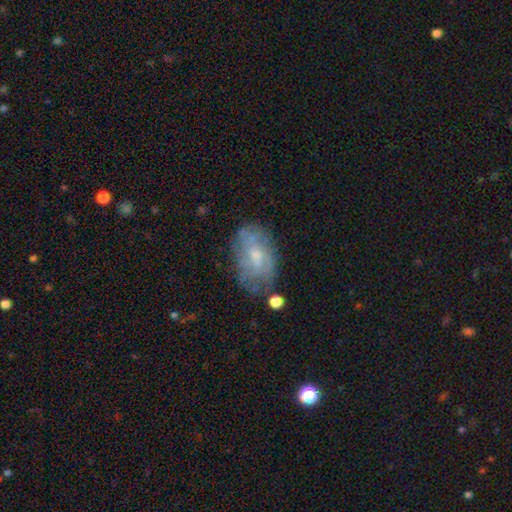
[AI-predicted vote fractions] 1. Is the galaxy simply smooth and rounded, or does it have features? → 56% featured or disk, 34% smooth, 9% star or artifact.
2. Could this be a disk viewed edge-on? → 95% no, 5% yes.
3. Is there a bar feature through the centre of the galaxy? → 62% no, 33% weak, 5% strong.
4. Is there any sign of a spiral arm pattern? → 56% yes, 44% no.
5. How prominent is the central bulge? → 57% small, 35% moderate, 6% none, 2% large, 1% dominant.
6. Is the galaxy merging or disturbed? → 59% none, 25% minor disturbance, 11% major disturbance, 4% merger.